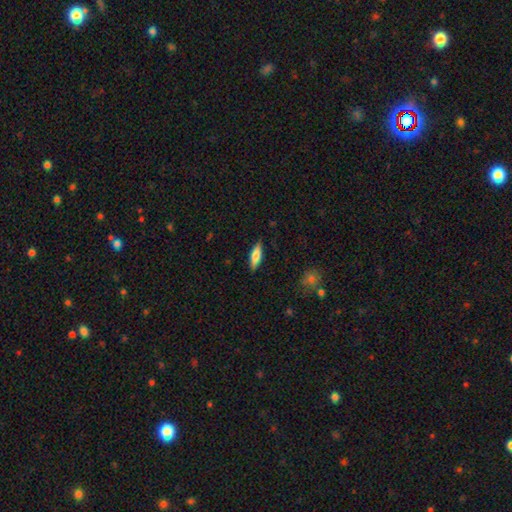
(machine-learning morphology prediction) This is likely a smooth galaxy (71%). How rounded: possibly cigar-shaped (51%). Merging: clearly none (87%).